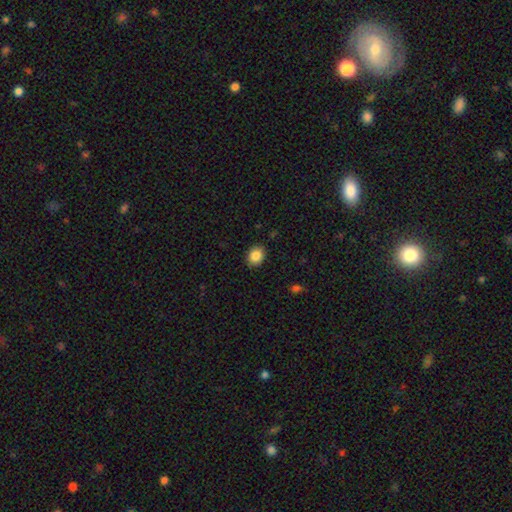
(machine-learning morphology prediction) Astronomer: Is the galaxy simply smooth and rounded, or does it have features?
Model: smooth — 86%.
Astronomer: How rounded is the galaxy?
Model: round — 57% (runner-up: in between, 42%).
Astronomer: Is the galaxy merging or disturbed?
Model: none — 87%.